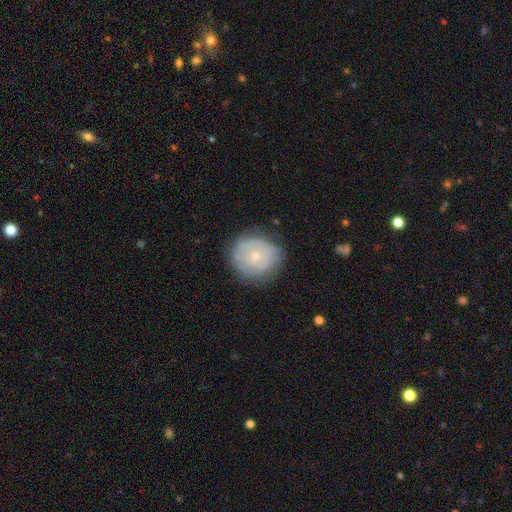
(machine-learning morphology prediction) smooth-or-featured: smooth: 48% | featured or disk: 43% | star or artifact: 8%
  merging: none: 73% | minor disturbance: 19% | major disturbance: 6% | merger: 1%